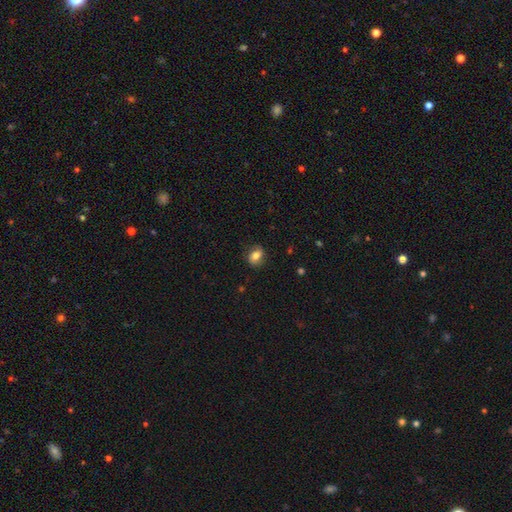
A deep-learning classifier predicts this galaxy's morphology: A smooth galaxy with no disk features (75%) that is in between round and cigar-shaped (59%). Merging: none (80%).